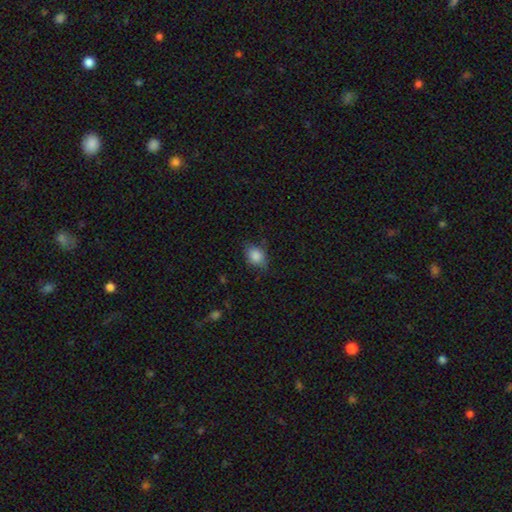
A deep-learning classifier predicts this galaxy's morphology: This appears to be a smooth galaxy with no disk features (85%) that is in between round and cigar-shaped (69%). Merging: none (68%).